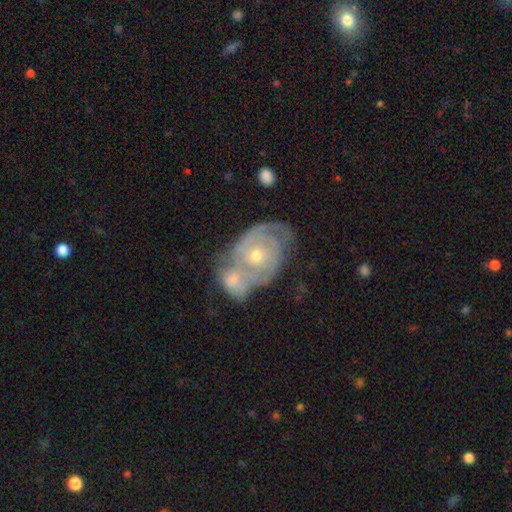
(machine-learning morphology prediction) Smooth or featured? Predicted: featured or disk (p=0.82). Edge-on disk? Predicted: no (p=0.97). Bar? Predicted: no (p=0.76). Spiral arms? Predicted: yes (p=0.91). Spiral winding? Predicted: tight (p=0.67). Spiral arm count? Predicted: 2 (p=0.48). Bulge size? Predicted: moderate (p=0.50). Merging? Predicted: merger (p=0.52).